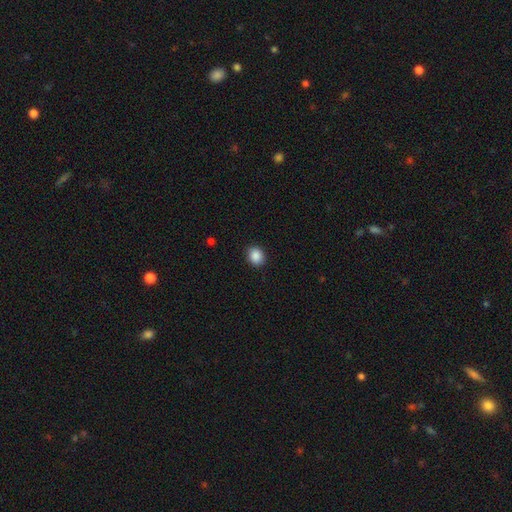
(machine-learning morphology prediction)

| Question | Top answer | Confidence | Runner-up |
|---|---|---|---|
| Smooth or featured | smooth | 88% | star or artifact (9%) |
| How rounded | round | 61% | in between (38%) |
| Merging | none | 90% | minor disturbance (7%) |